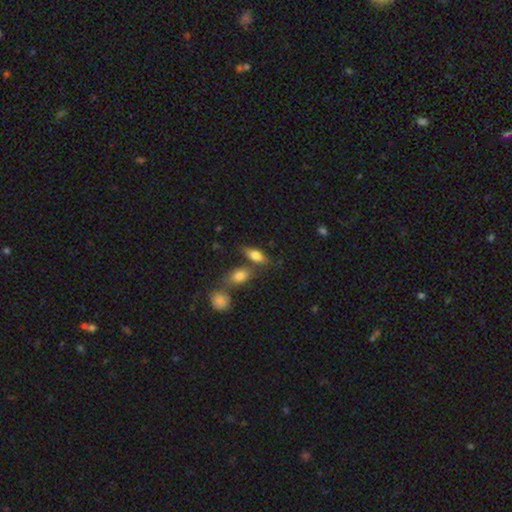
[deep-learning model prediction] Smooth or featured? smooth (74%)
How rounded? in between (78%)
Merging? none (63%)